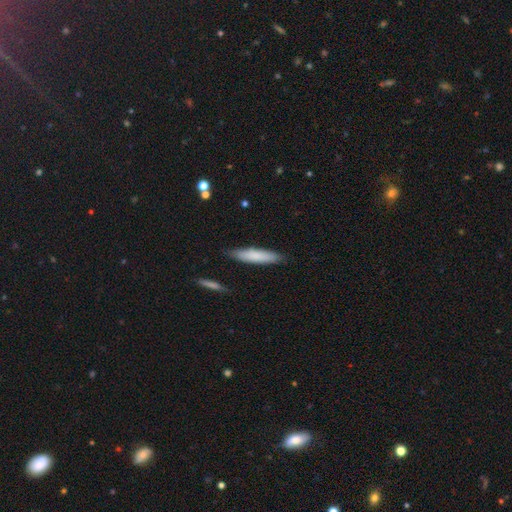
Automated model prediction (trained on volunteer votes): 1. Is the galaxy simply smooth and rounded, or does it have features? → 79% smooth, 15% featured or disk, 6% star or artifact.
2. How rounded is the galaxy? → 85% cigar-shaped, 14% in between, 1% round.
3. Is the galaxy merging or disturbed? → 85% none, 11% minor disturbance, 2% major disturbance, 2% merger.